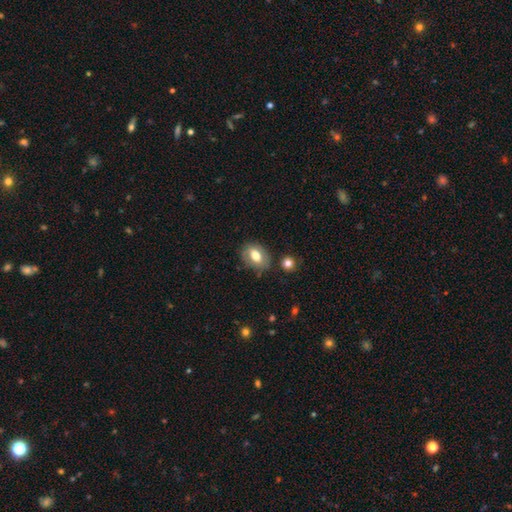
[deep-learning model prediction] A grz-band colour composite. It shows a smooth galaxy with no disk features (68%) that is in between round and cigar-shaped (81%). Merging: none (75%).